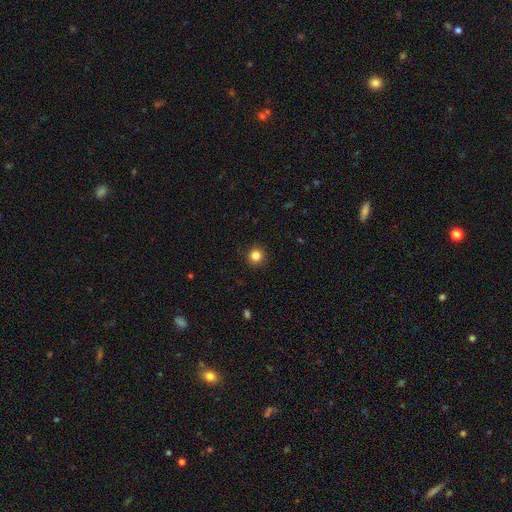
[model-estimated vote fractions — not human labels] Q: Smooth or featured?
A: smooth (84%); runner-up: star or artifact (12%)
Q: How rounded?
A: round (95%); runner-up: in between (4%)
Q: Merging?
A: none (92%); runner-up: minor disturbance (5%)